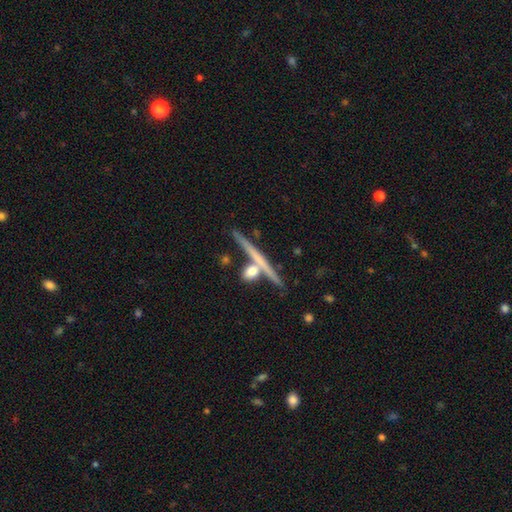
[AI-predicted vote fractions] Overall: featured or disk (62%; smooth 30%). Edge-on disk: yes (95%). Edge-on bulge: none (67%). Merging: none (74%).